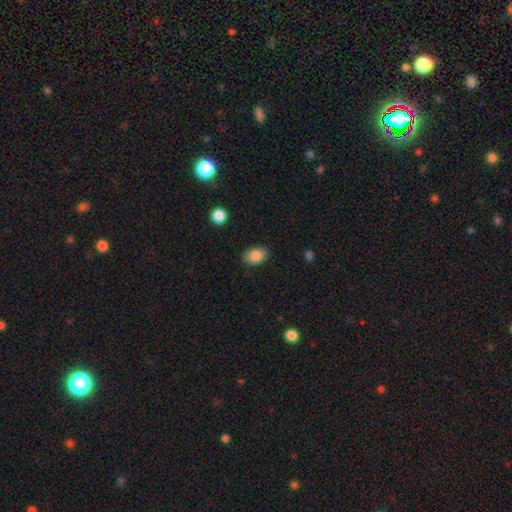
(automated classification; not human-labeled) A smooth galaxy with no disk features (86%) that is in between round and cigar-shaped (87%). Merging: none (86%).